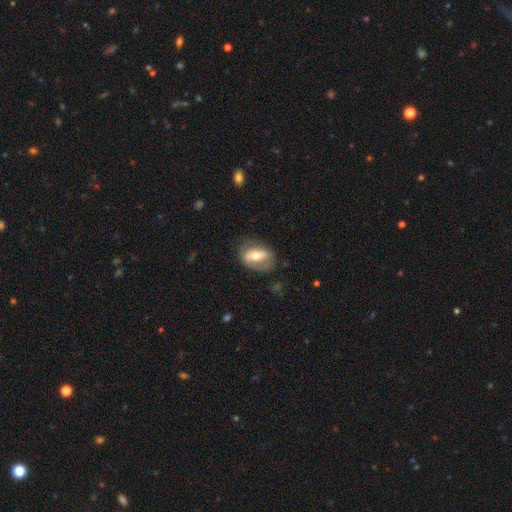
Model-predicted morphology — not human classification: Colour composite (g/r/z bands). It shows a featured or disk galaxy (51%). Merging: none (68%).